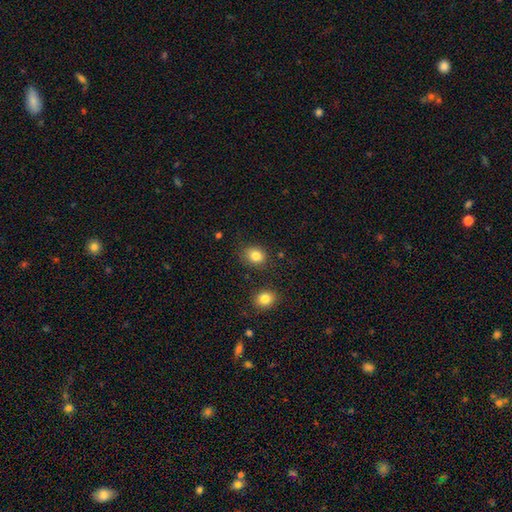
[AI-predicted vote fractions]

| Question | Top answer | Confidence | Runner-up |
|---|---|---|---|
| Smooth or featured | smooth | 83% | star or artifact (10%) |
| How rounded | round | 59% | in between (40%) |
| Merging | none | 80% | minor disturbance (13%) |